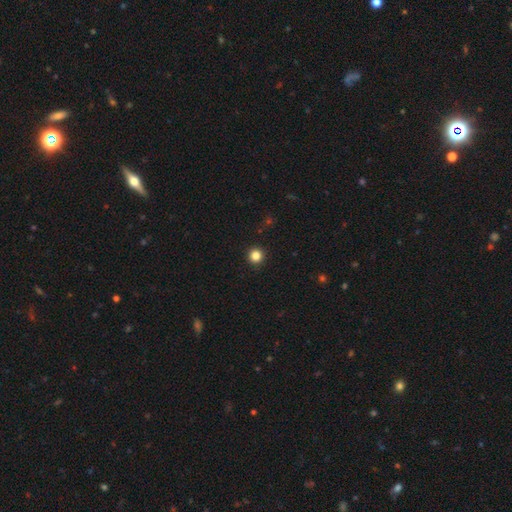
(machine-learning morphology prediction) smooth 84%, star or artifact 12%, featured or disk 4%. Down the decision tree: how rounded — round (96%); merging — none (93%).